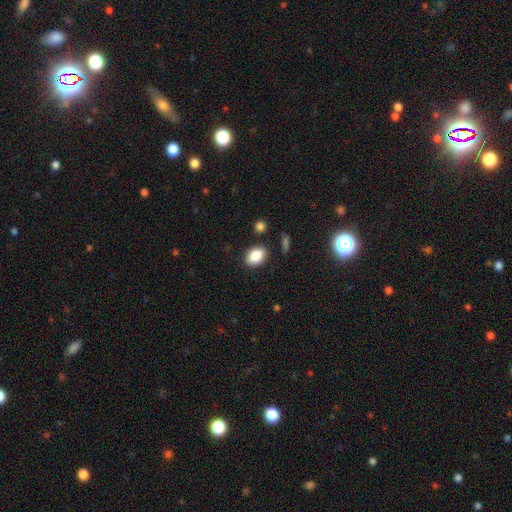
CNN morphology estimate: smooth-or-featured: smooth: 86% | star or artifact: 9% | featured or disk: 6%
  how-rounded: in between: 74% | round: 25% | cigar-shaped: 1%
  merging: none: 84% | minor disturbance: 10% | merger: 3% | major disturbance: 3%